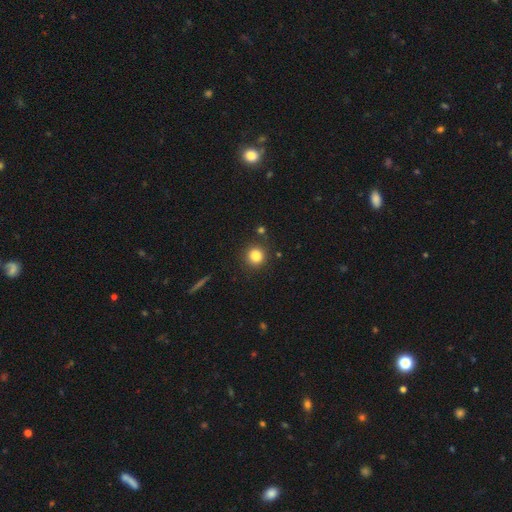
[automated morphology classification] Overall: smooth (83%). How rounded: round (91%). Merging: none (86%).